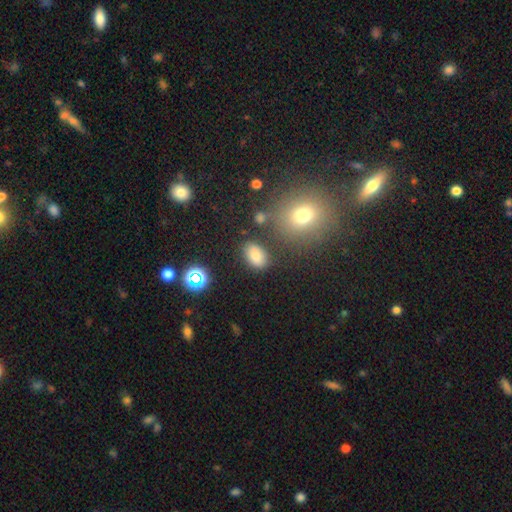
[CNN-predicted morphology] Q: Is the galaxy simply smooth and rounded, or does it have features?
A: smooth — 77%.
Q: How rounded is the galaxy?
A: in between — 83%.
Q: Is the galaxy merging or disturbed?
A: none — 81%.